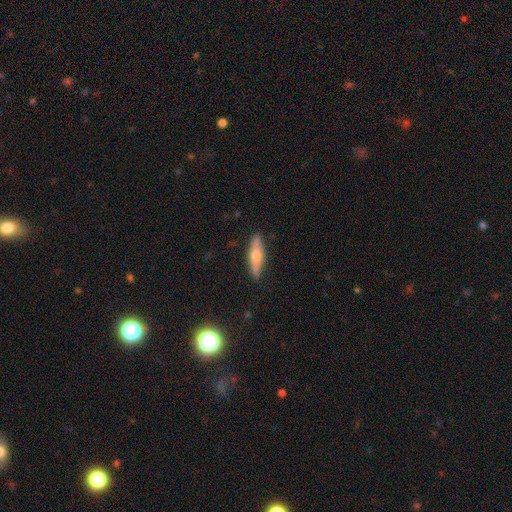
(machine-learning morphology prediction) type=featured or disk (54%); edge-on=yes (93%); merging=none (89%).